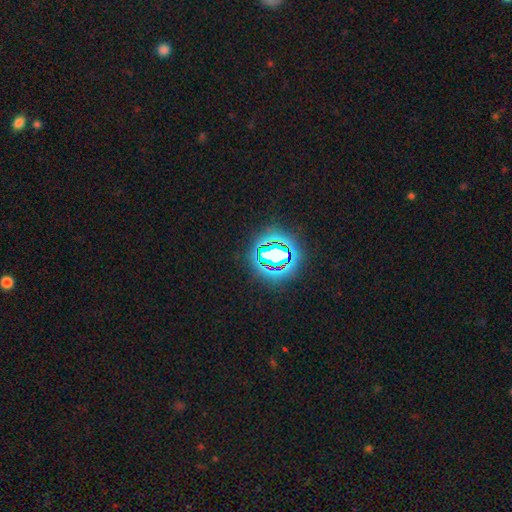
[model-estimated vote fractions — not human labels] Smooth or featured: star or artifact — 79% (smooth — 13%)